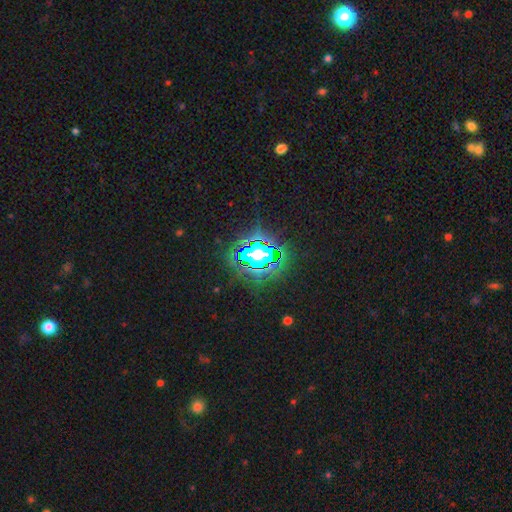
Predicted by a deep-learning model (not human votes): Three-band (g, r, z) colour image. It shows a star or artifact, not a galaxy (77%).